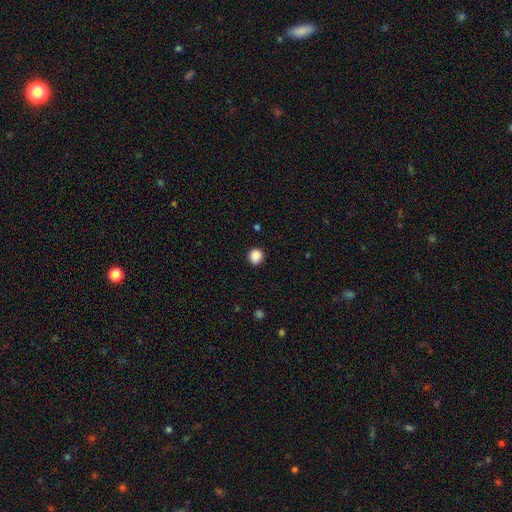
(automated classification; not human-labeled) Morphology: type=smooth (88%); roundness=round (89%); merging=none (90%).